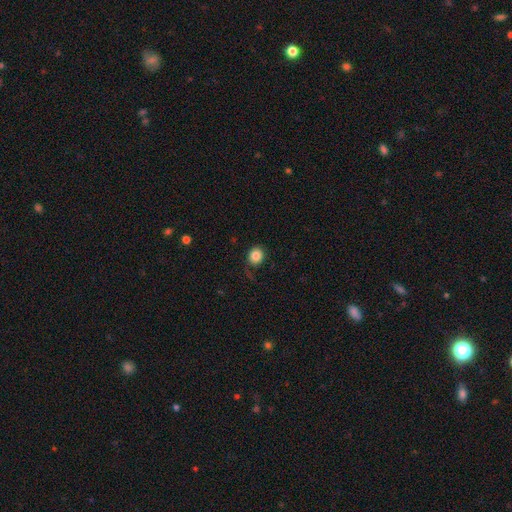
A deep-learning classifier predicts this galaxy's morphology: Smooth or featured? Predicted: smooth (p=0.84). How rounded? Predicted: round (p=0.77). Merging? Predicted: none (p=0.79).